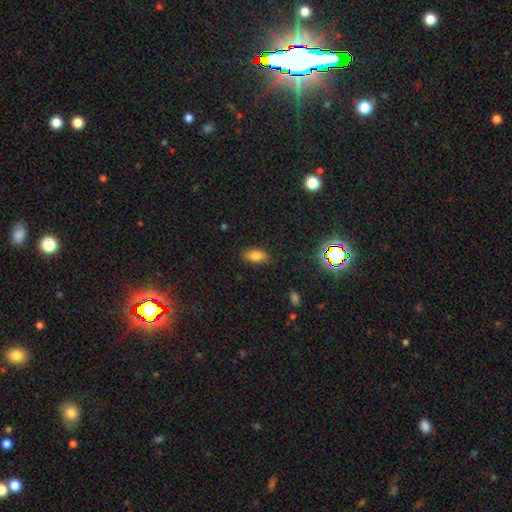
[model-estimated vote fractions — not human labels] A smooth galaxy with no disk features (80%) that is in between round and cigar-shaped (89%). Merging: none (81%).